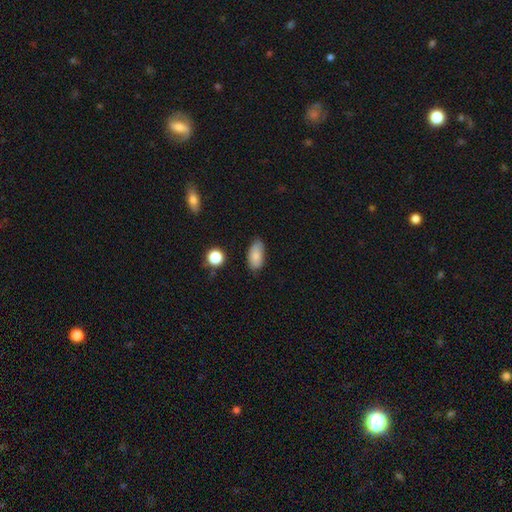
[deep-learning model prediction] Smooth or featured?
  - smooth: 82% *
  - featured or disk: 10%
  - star or artifact: 8%
How rounded?
  - in between: 91% *
  - cigar-shaped: 5%
  - round: 4%
Merging?
  - none: 77% *
  - minor disturbance: 19%
  - major disturbance: 3%
  - merger: 2%